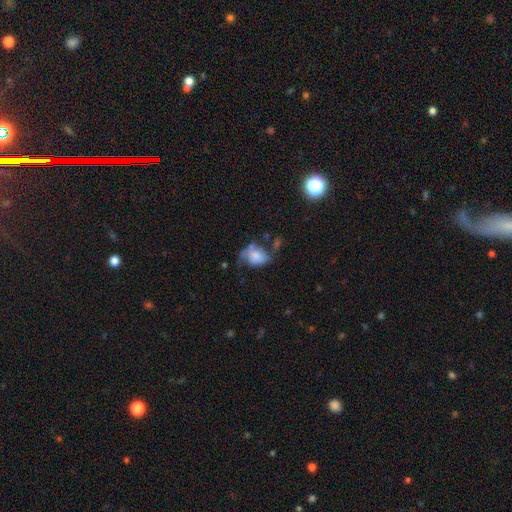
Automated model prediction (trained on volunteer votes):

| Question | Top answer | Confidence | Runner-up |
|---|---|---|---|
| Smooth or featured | smooth | 61% | featured or disk (30%) |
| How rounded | in between | 72% | round (26%) |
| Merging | none | 32% | minor disturbance (30%) |